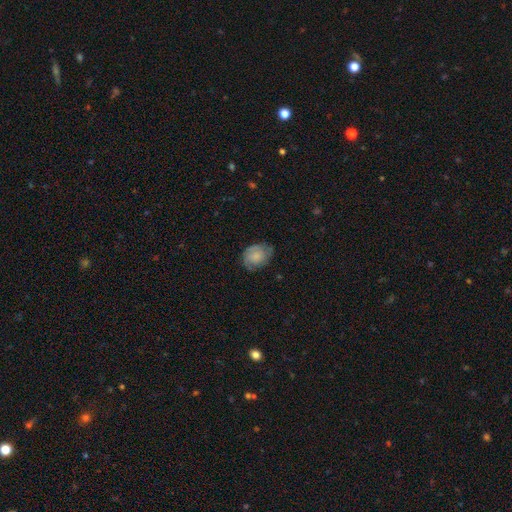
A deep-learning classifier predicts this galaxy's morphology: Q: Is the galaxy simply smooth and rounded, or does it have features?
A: smooth — 57%.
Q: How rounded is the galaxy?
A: in between — 56%.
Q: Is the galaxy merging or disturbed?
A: none — 63%.